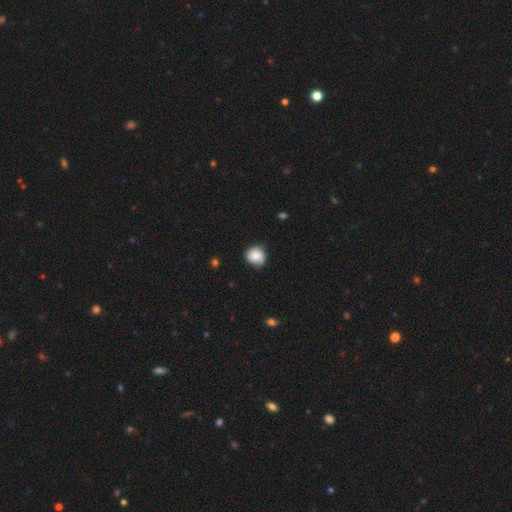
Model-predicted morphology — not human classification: Smooth or featured? Predicted: smooth (p=0.64). How rounded? Predicted: round (p=0.82). Merging? Predicted: none (p=0.69).